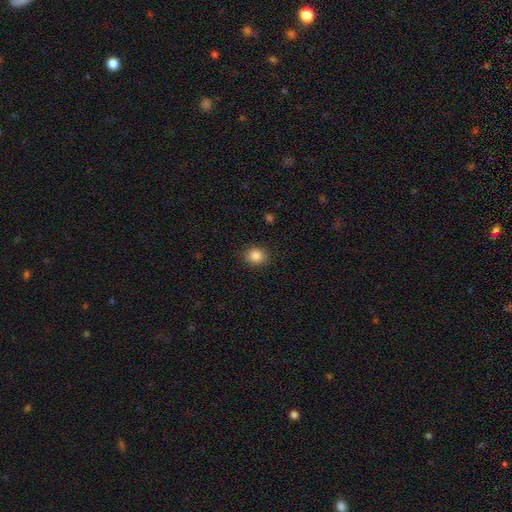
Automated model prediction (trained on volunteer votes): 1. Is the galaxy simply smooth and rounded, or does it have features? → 86% smooth, 10% star or artifact, 4% featured or disk.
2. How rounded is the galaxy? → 67% round, 32% in between, 1% cigar-shaped.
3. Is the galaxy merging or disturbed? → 88% none, 8% minor disturbance, 2% major disturbance, 1% merger.